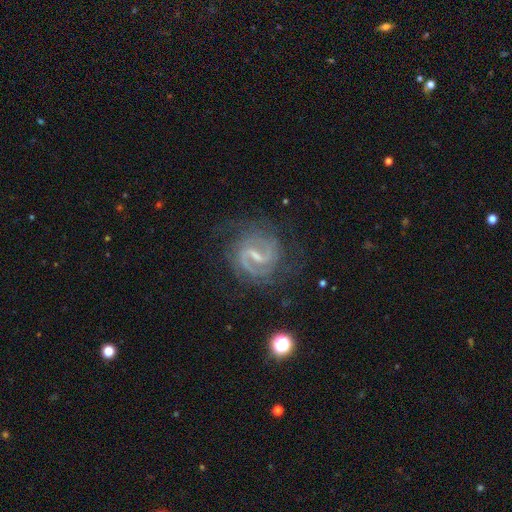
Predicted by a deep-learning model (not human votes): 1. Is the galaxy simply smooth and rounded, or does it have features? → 90% featured or disk, 6% star or artifact, 4% smooth.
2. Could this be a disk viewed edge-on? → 97% no, 3% yes.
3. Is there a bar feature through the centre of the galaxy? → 50% strong, 43% weak, 7% no.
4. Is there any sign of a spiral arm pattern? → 98% yes, 2% no.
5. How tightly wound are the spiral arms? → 50% medium, 39% tight, 11% loose.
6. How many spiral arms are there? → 87% 2, 4% can't tell, 4% 3, 2% 1, 2% 4, 1% more than 4.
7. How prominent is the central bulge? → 60% small, 20% moderate, 18% none, 1% large, 1% dominant.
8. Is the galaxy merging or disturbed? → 75% none, 16% minor disturbance, 8% major disturbance, 2% merger.